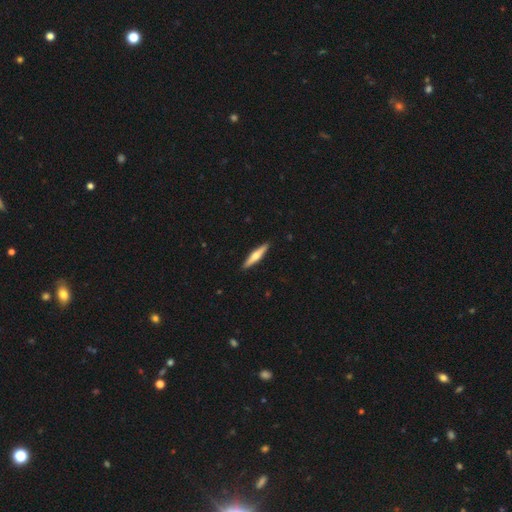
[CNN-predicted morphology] smooth_or_featured: featured or disk (p=0.53) [alt: smooth p=0.42]
disk_edge_on: yes (p=0.96) [alt: no p=0.04]
edge_on_bulge: rounded (p=0.89) [alt: none p=0.06]
merging: none (p=0.91) [alt: minor disturbance p=0.06]